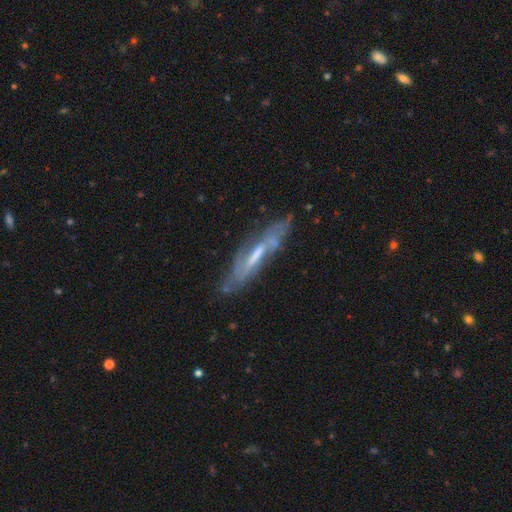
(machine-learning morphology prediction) smooth-or-featured: featured or disk: 73% | smooth: 19% | star or artifact: 7%
  disk-edge-on: no: 54% | yes: 46%
  merging: none: 67% | minor disturbance: 21% | major disturbance: 8% | merger: 4%